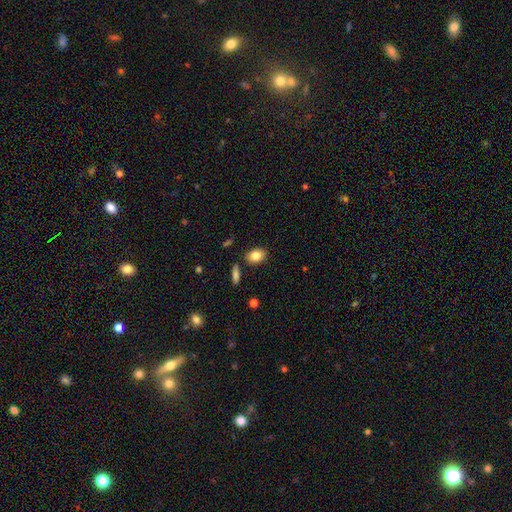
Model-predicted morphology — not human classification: Smooth or featured? smooth (83%)
How rounded? in between (79%)
Merging? none (85%)